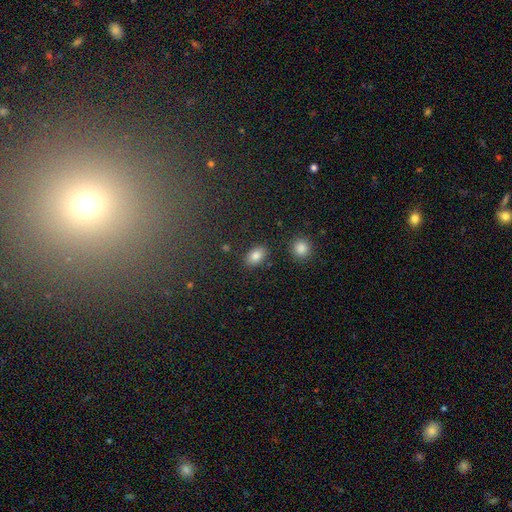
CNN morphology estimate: Overall: smooth (84%). How rounded: in between (85%). Merging: none (84%).